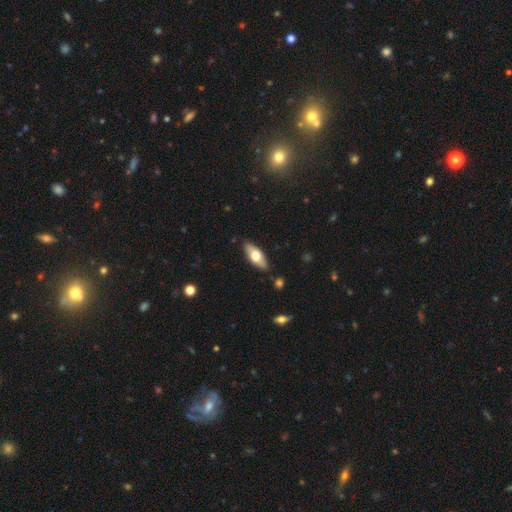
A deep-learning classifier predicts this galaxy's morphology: Smooth or featured?
  - smooth: 60% *
  - featured or disk: 35%
  - star or artifact: 5%
How rounded?
  - in between: 73% *
  - cigar-shaped: 24%
  - round: 3%
Merging?
  - none: 86% *
  - minor disturbance: 10%
  - major disturbance: 2%
  - merger: 2%